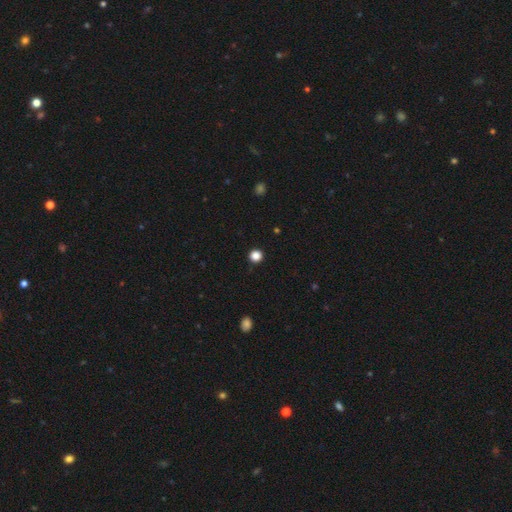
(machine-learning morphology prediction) The model was most divided on "smooth or featured": smooth: 85%, star or artifact: 13%, featured or disk: 3%. More confident: how rounded — round (94%); merging — none (93%).